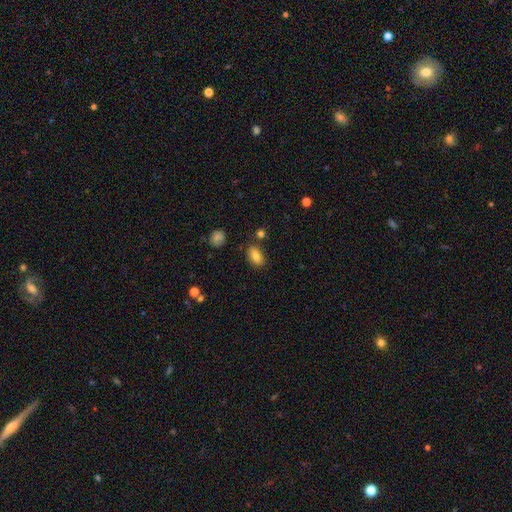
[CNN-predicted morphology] smooth_or_featured: smooth (p=0.82) [alt: star or artifact p=0.09]
how_rounded: in between (p=0.88) [alt: round p=0.08]
merging: none (p=0.80) [alt: minor disturbance p=0.13]